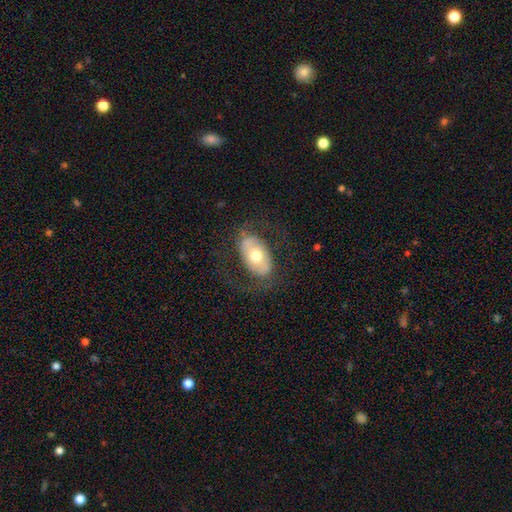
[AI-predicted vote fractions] smooth_or_featured: featured or disk (p=0.50) [alt: smooth p=0.44]
disk_edge_on: no (p=0.90) [alt: yes p=0.10]
merging: none (p=0.73) [alt: minor disturbance p=0.14]